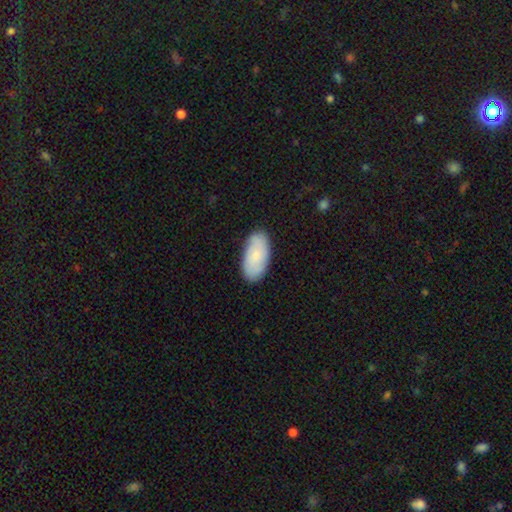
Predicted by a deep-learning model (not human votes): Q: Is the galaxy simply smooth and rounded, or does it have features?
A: smooth — 71%.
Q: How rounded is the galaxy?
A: in between — 94%.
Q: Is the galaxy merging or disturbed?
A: none — 82%.